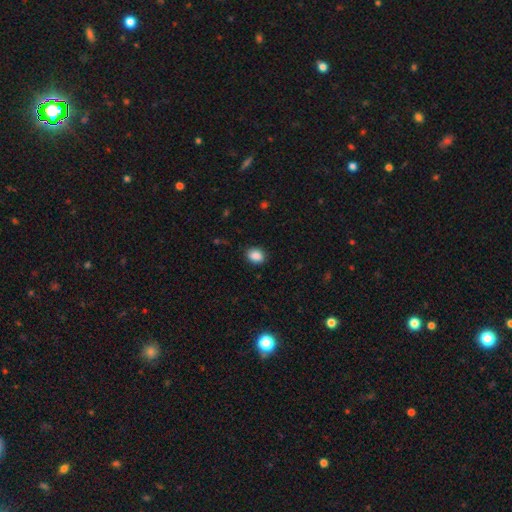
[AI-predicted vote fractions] Smooth or featured? Predicted: smooth (p=0.88). How rounded? Predicted: in between (p=0.57). Merging? Predicted: none (p=0.88).